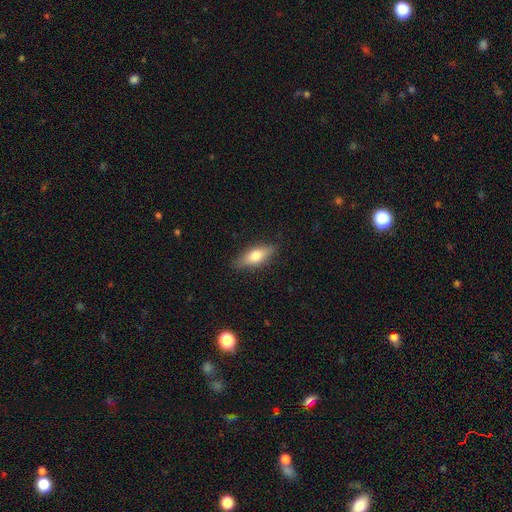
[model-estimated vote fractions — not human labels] The model was most divided on "smooth or featured": smooth: 62%, featured or disk: 32%, star or artifact: 7%. More confident: merging — none (85%); how rounded — in between (65%).